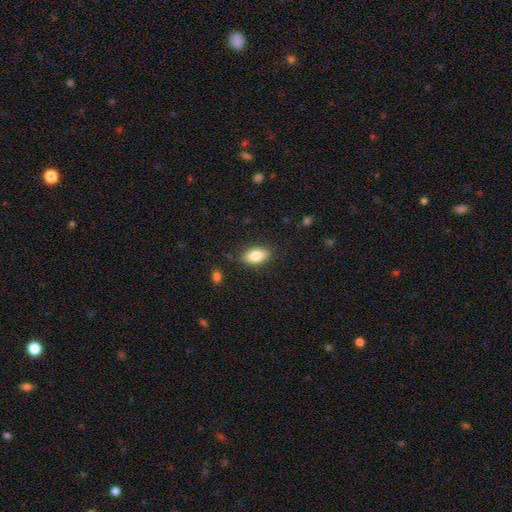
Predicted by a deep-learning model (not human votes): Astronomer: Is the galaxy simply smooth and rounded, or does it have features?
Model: smooth — 80%.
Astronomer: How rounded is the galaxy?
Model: in between — 88%.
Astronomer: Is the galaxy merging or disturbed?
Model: none — 86%.